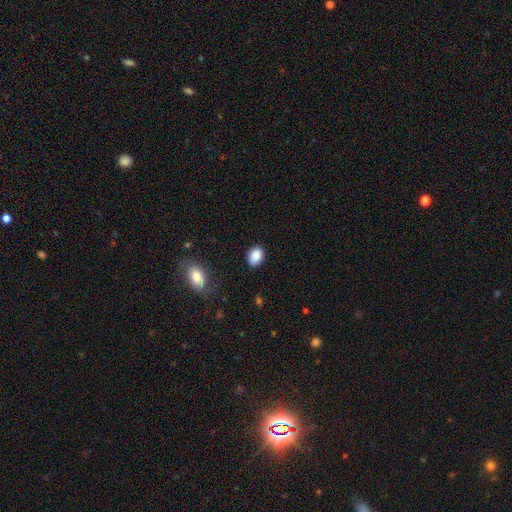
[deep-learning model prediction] Smooth or featured? smooth (88%)
How rounded? in between (61%)
Merging? none (85%)